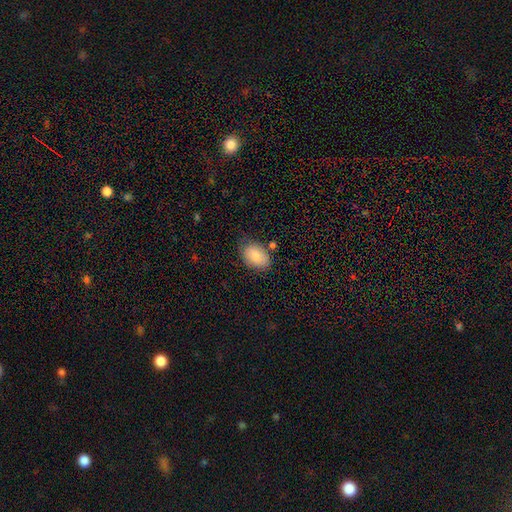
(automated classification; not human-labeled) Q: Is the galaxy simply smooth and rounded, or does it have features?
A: smooth — 82%.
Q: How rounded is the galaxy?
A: in between — 86%.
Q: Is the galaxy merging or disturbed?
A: none — 74%.